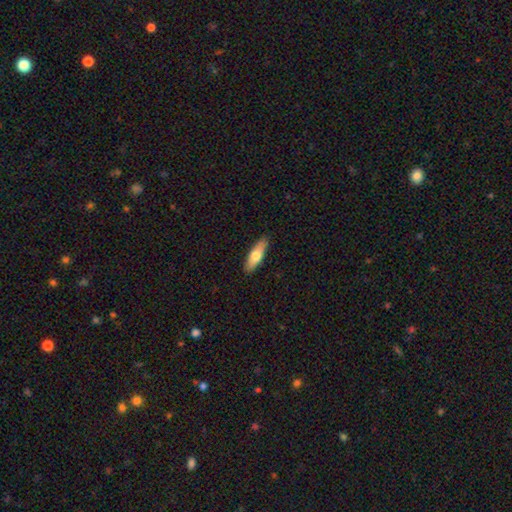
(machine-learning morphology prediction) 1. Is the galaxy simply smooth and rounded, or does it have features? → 64% smooth, 31% featured or disk, 5% star or artifact.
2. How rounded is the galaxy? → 53% cigar-shaped, 44% in between, 2% round.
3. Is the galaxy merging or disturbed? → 89% none, 8% minor disturbance, 2% major disturbance, 1% merger.